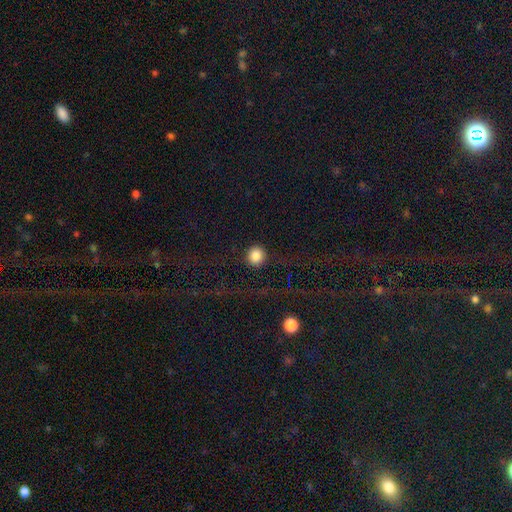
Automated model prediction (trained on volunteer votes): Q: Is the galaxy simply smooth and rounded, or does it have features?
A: smooth — 84%.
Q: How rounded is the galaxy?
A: round — 94%.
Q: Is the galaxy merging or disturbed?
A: none — 90%.